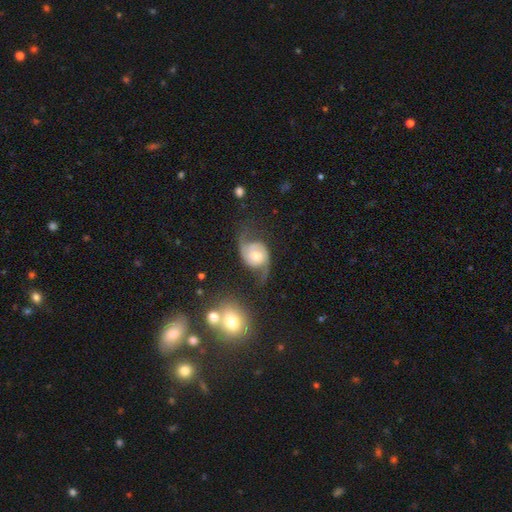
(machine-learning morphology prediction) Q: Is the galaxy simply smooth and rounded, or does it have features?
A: featured or disk — 83%.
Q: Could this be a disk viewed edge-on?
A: no — 97%.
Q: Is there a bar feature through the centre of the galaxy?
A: no — 69%.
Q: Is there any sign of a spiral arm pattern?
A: yes — 95%.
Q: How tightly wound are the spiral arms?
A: loose — 51%.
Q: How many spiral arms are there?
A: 2 — 91%.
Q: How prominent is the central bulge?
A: moderate — 62%.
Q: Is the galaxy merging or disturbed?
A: none — 56%.